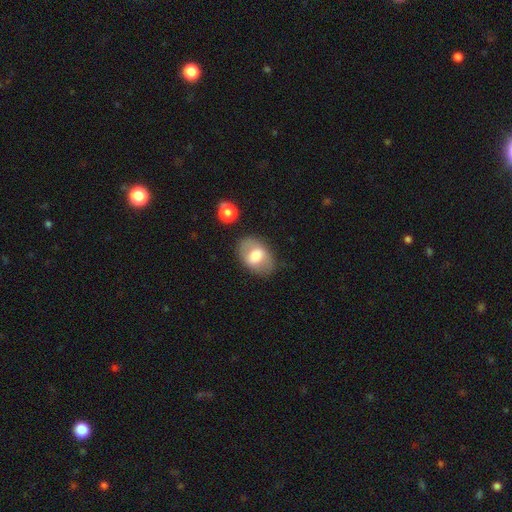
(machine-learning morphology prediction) smooth-or-featured: smooth: 61% | featured or disk: 32% | star or artifact: 7%
  how-rounded: in between: 82% | round: 17% | cigar-shaped: 1%
  merging: none: 76% | minor disturbance: 15% | major disturbance: 6% | merger: 2%